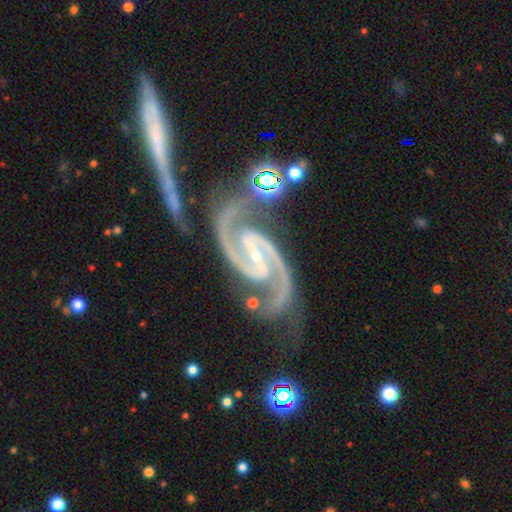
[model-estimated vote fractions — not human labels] This appears to be a featured or disk galaxy (95%) with a strong bar (40%), 2 (94%) medium (58%) spiral arms (99%) and a small central bulge (80%). Merging: none (52%).